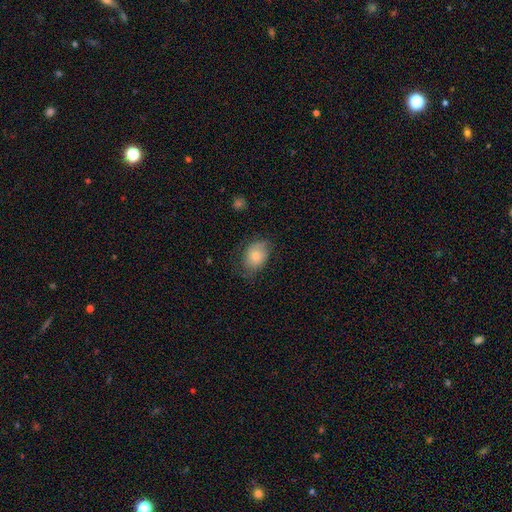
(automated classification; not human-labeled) Smooth or featured? smooth (78%)
How rounded? in between (68%)
Merging? none (64%)